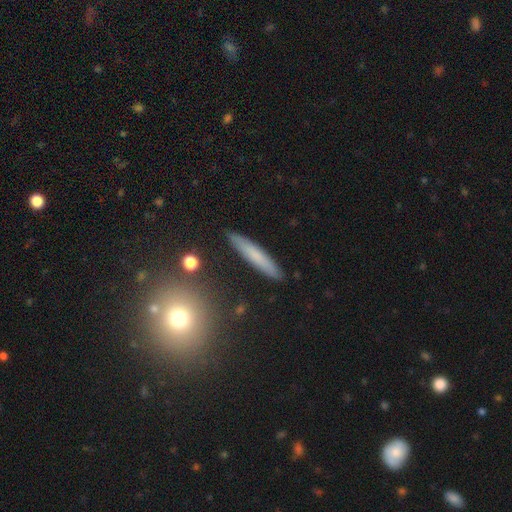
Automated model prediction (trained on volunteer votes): This is likely a smooth galaxy (65%). How rounded: clearly cigar-shaped (93%). Merging: clearly none (90%).